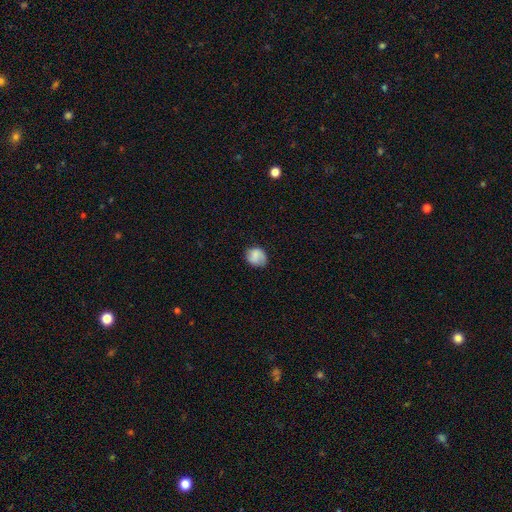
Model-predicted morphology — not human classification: A smooth galaxy with no disk features (75%) that is round (67%).

Vote fractions:
- Smooth or featured? smooth: 75% / featured or disk: 16% / star or artifact: 8%
- How rounded? round: 67% / in between: 32% / cigar-shaped: 1%
- Merging? none: 69% / minor disturbance: 23% / major disturbance: 7% / merger: 1%